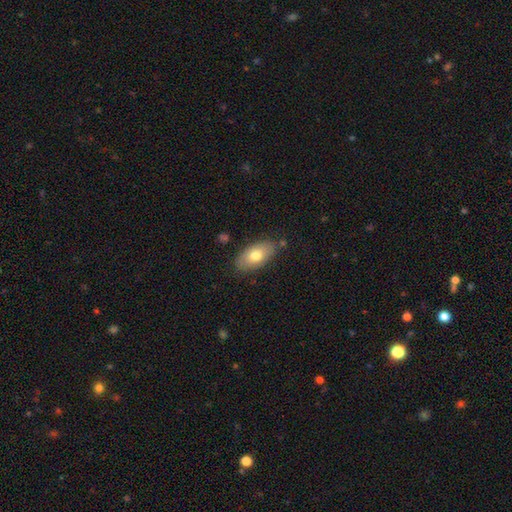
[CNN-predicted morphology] smooth-or-featured: smooth: 74% | featured or disk: 20% | star or artifact: 7%
  how-rounded: in between: 91% | cigar-shaped: 4% | round: 4%
  merging: none: 79% | minor disturbance: 15% | merger: 3% | major disturbance: 3%